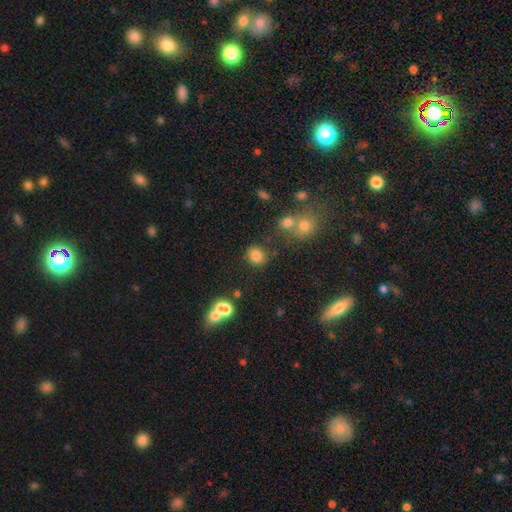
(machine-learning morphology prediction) The model was most divided on "how rounded": round: 73%, in between: 26%, cigar-shaped: 1%. More confident: smooth or featured — smooth (81%); merging — none (79%).